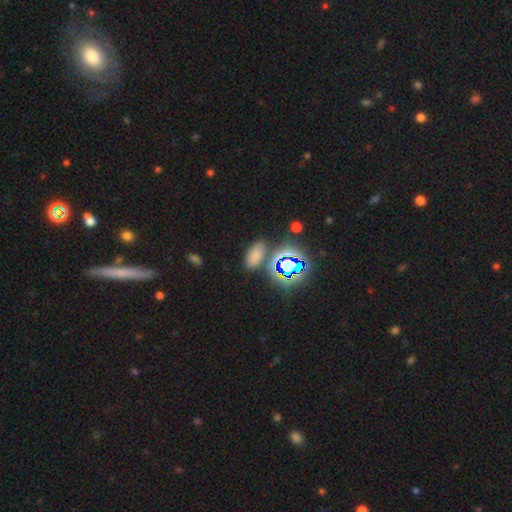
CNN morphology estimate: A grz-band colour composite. It shows a smooth galaxy with no disk features (64%) that is in between round and cigar-shaped (88%). Merging: none (77%).